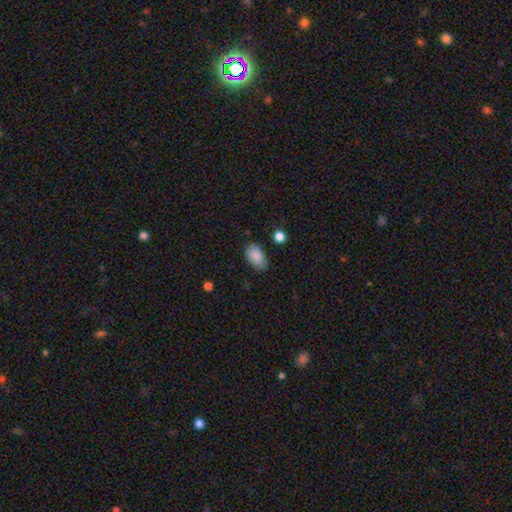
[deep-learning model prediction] Overall: smooth (88%). How rounded: in between (91%). Merging: none (67%).